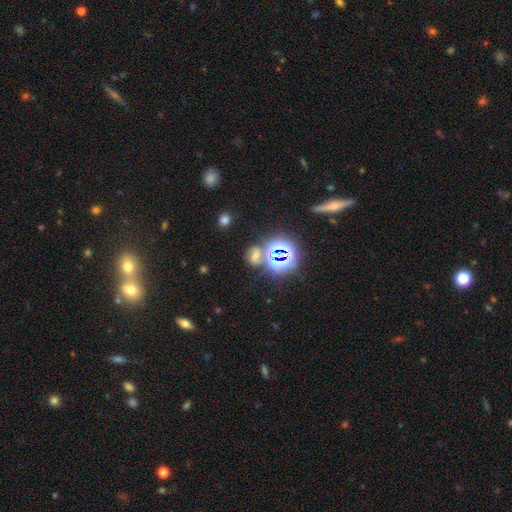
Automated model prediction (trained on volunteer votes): star or artifact 50%, smooth 36%, featured or disk 14%.